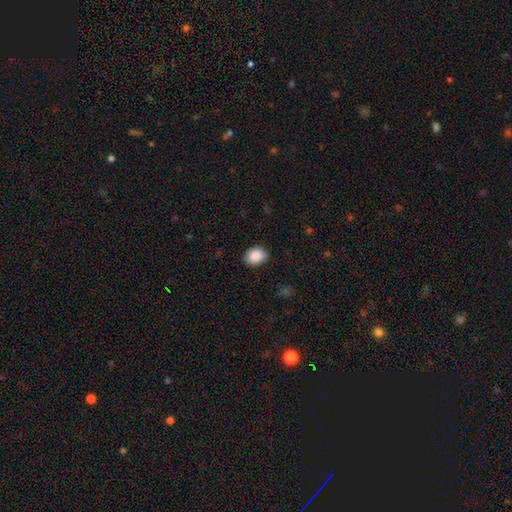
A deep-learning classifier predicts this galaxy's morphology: smooth-or-featured: smooth: 89% | star or artifact: 7% | featured or disk: 4%
  how-rounded: in between: 64% | round: 35% | cigar-shaped: 1%
  merging: none: 86% | minor disturbance: 10% | major disturbance: 2% | merger: 1%